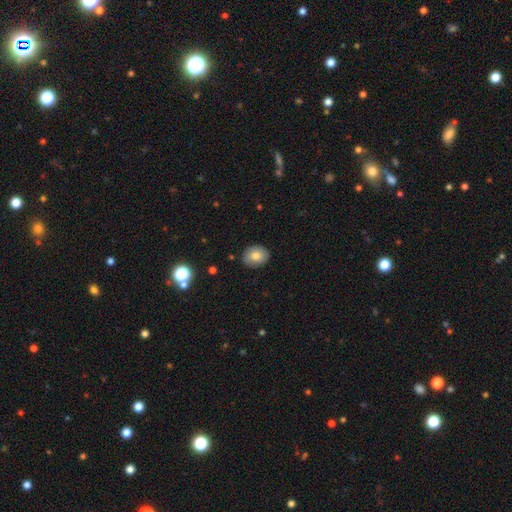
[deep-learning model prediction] This appears to be a smooth galaxy with no disk features (79%) that is in between round and cigar-shaped (52%). Merging: none (87%).